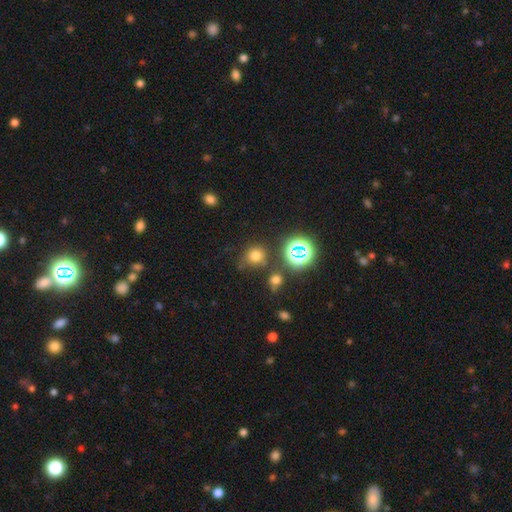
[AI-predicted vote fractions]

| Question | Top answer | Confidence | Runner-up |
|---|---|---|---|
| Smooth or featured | smooth | 69% | star or artifact (24%) |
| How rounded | round | 79% | in between (20%) |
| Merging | none | 68% | minor disturbance (17%) |